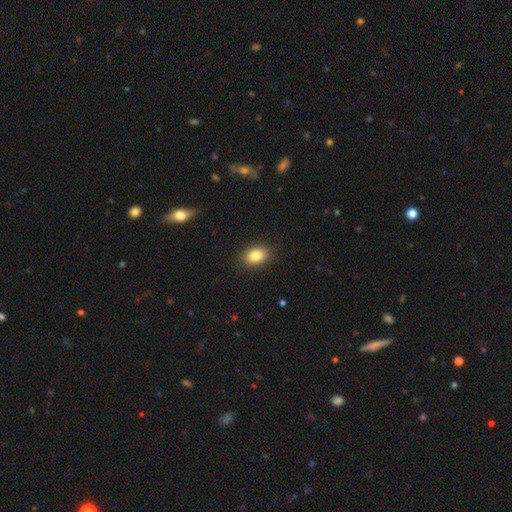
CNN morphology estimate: Overall: smooth (84%). How rounded: in between (76%). Merging: none (88%).